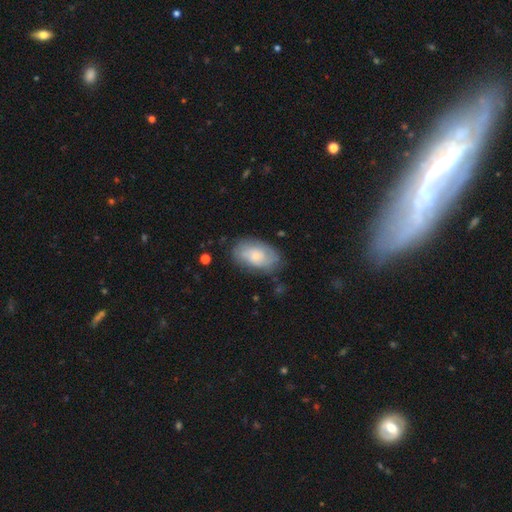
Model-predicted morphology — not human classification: This appears to be a smooth galaxy with no disk features (50%). Merging: none (70%).